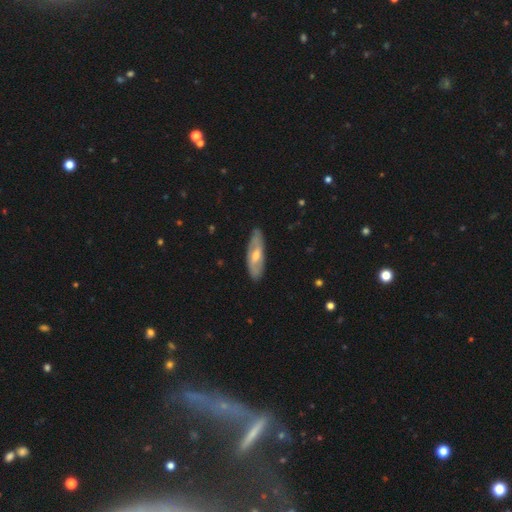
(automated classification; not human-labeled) Overall: featured or disk (59%; smooth 35%). Edge-on disk: no (72%). Merging: none (83%).